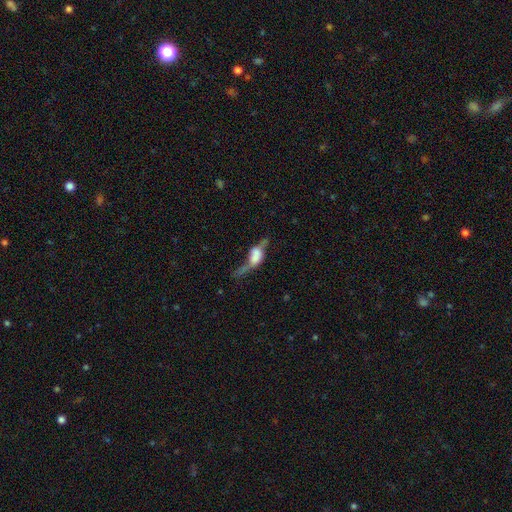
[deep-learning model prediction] A featured or disk galaxy (52%) viewed edge-on (51%). Merging: major disturbance (38%).